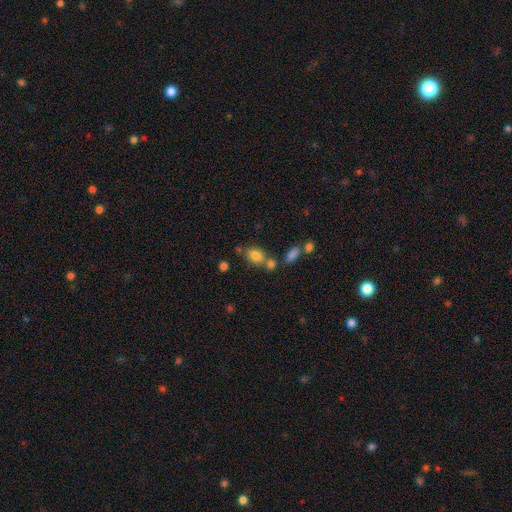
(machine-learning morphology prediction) Smooth or featured?
  - smooth: 80% *
  - star or artifact: 10%
  - featured or disk: 9%
How rounded?
  - in between: 75% *
  - round: 23%
  - cigar-shaped: 2%
Merging?
  - none: 56% *
  - merger: 25%
  - minor disturbance: 14%
  - major disturbance: 5%